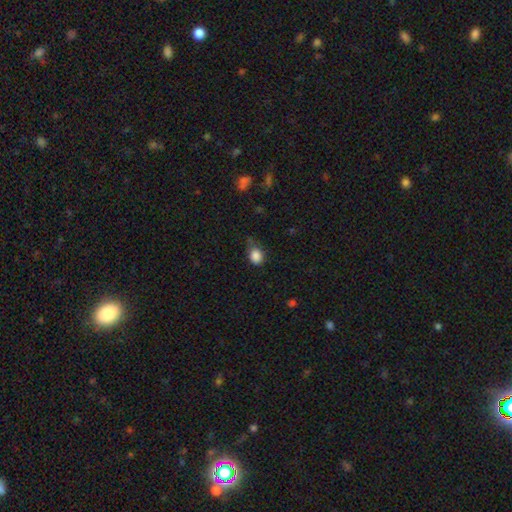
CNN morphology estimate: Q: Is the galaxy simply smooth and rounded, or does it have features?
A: smooth — 86%.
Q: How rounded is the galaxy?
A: round — 49%, tied with in between.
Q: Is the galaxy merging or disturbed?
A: none — 51%.